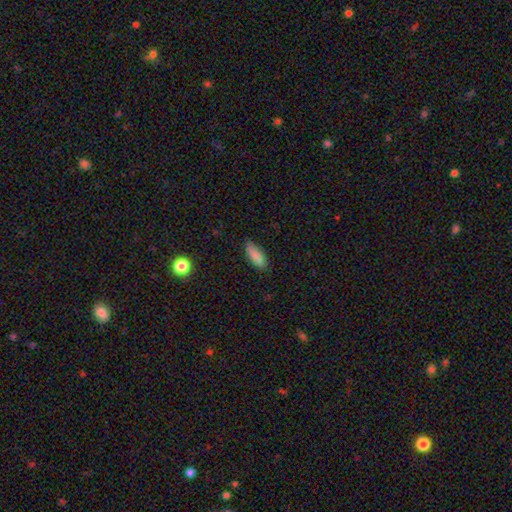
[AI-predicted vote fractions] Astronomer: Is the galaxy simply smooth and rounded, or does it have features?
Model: smooth — 86%.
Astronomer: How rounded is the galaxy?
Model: in between — 68%.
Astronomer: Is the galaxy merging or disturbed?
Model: none — 78%.